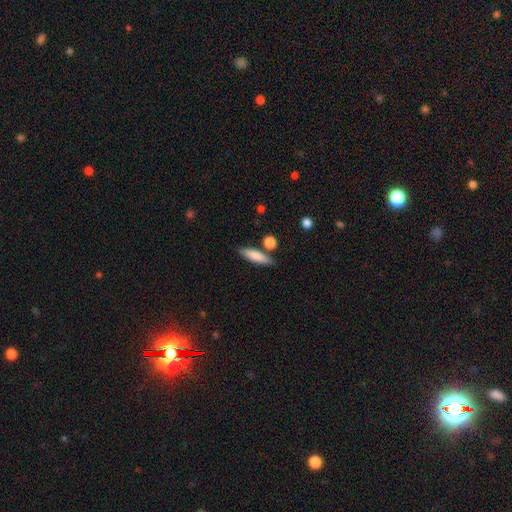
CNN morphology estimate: Smooth or featured?
  - smooth: 80% *
  - featured or disk: 14%
  - star or artifact: 6%
How rounded?
  - cigar-shaped: 66% *
  - in between: 31%
  - round: 3%
Merging?
  - none: 76% *
  - minor disturbance: 13%
  - merger: 8%
  - major disturbance: 3%